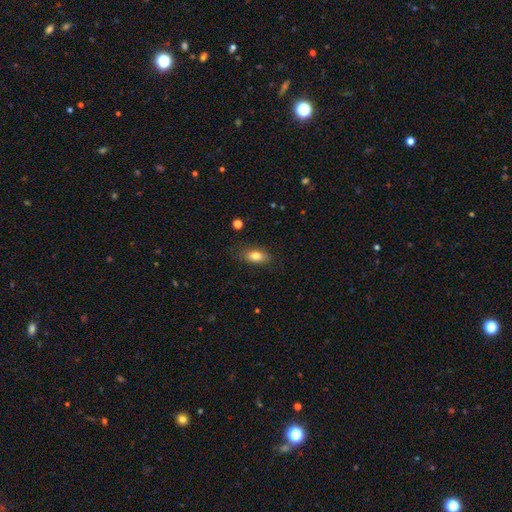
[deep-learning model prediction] Smooth or featured? Predicted: smooth (p=0.80). How rounded? Predicted: in between (p=0.85). Merging? Predicted: none (p=0.82).